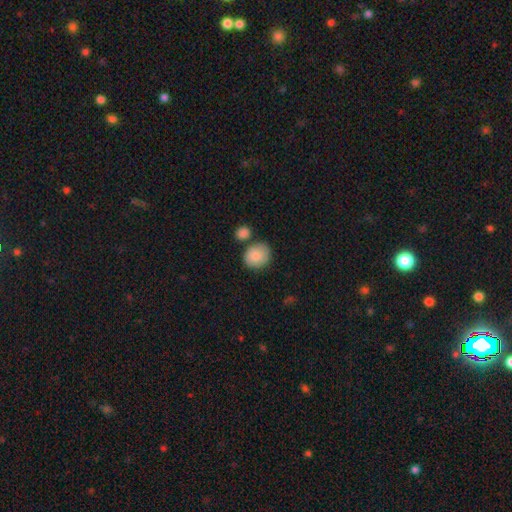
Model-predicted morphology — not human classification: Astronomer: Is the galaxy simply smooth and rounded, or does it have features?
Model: smooth — 86%.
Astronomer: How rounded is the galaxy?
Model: round — 66%.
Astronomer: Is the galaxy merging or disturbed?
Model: none — 65%.